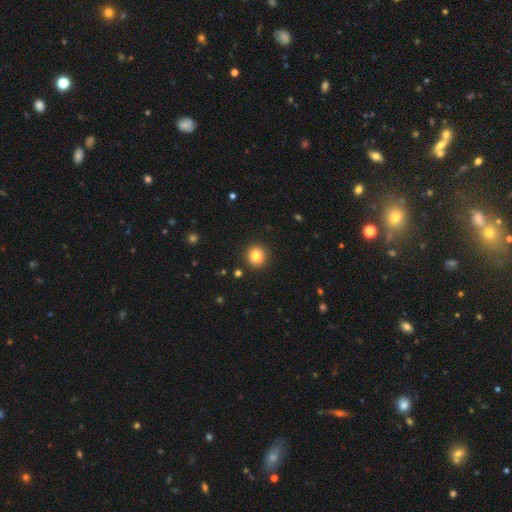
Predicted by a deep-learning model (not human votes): smooth-or-featured: smooth: 82% | star or artifact: 11% | featured or disk: 7%
  how-rounded: round: 92% | in between: 7% | cigar-shaped: 1%
  merging: none: 91% | minor disturbance: 6% | major disturbance: 2% | merger: 1%